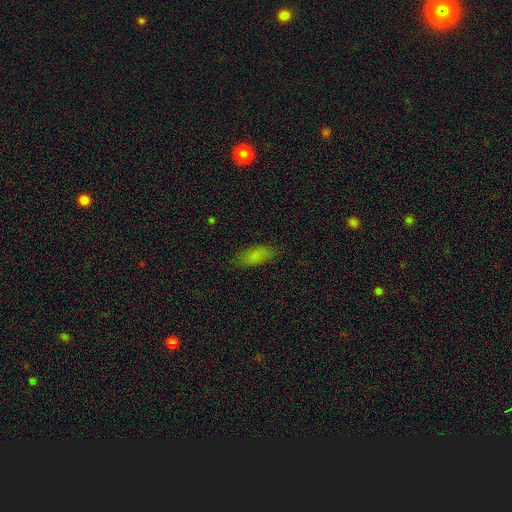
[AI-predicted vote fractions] Smooth or featured?
  - smooth: 82% *
  - star or artifact: 10%
  - featured or disk: 9%
How rounded?
  - in between: 82% *
  - cigar-shaped: 15%
  - round: 2%
Merging?
  - none: 80% *
  - minor disturbance: 15%
  - major disturbance: 4%
  - merger: 1%